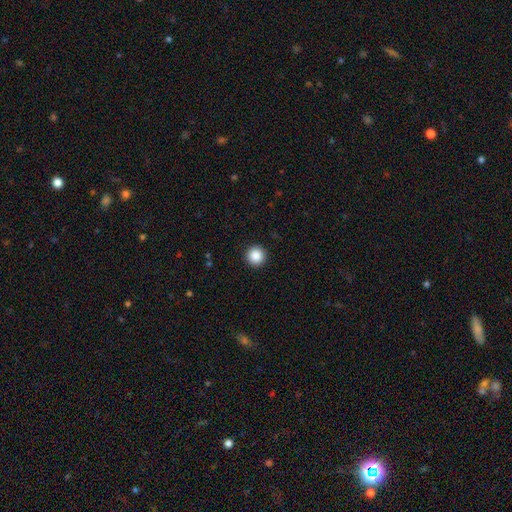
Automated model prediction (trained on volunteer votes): smooth 88%, star or artifact 9%, featured or disk 3%. Down the decision tree: how rounded — round (96%); merging — none (93%).